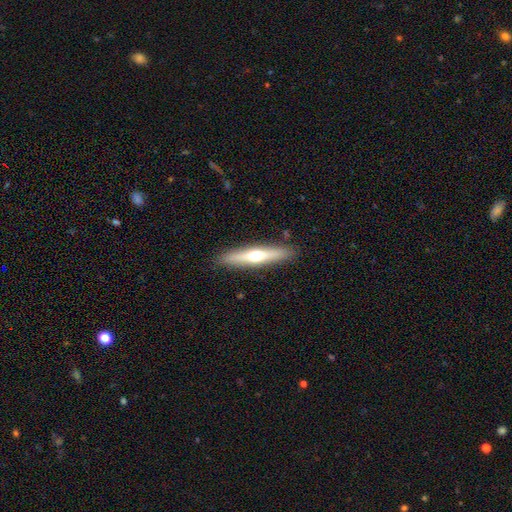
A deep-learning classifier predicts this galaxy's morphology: A featured or disk galaxy (50%) viewed edge-on (91%). Merging: none (90%).